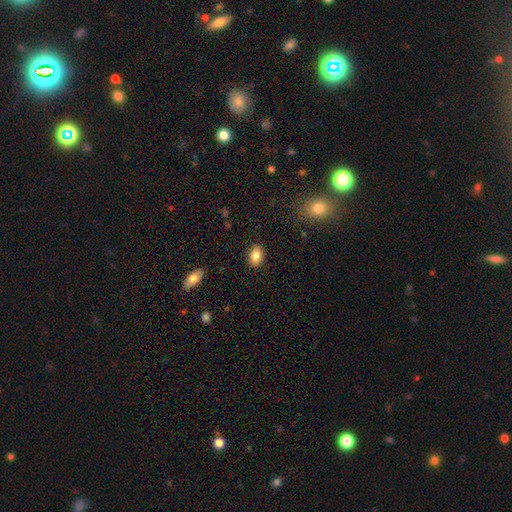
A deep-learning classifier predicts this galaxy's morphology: smooth-or-featured: smooth: 85% | star or artifact: 8% | featured or disk: 7%
  how-rounded: in between: 79% | round: 20% | cigar-shaped: 1%
  merging: none: 88% | minor disturbance: 8% | major disturbance: 2% | merger: 1%